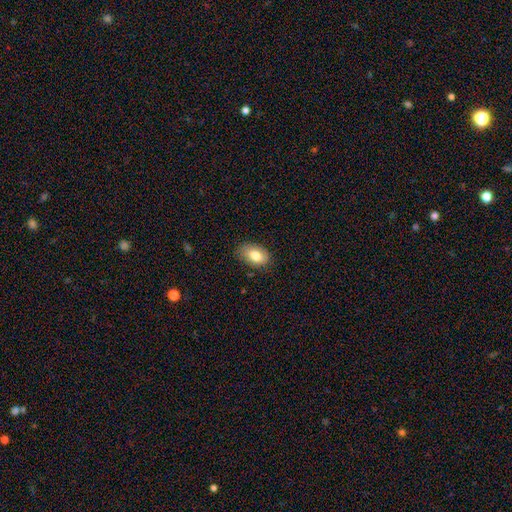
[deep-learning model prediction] smooth-or-featured: smooth: 80% | featured or disk: 12% | star or artifact: 8%
  how-rounded: in between: 88% | round: 11% | cigar-shaped: 1%
  merging: none: 76% | minor disturbance: 19% | major disturbance: 4% | merger: 1%